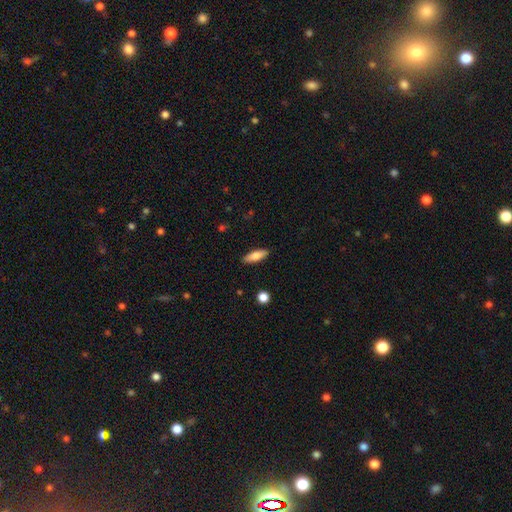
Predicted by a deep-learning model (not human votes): Smooth or featured? Predicted: smooth (p=0.79). How rounded? Predicted: in between (p=0.57). Merging? Predicted: none (p=0.88).